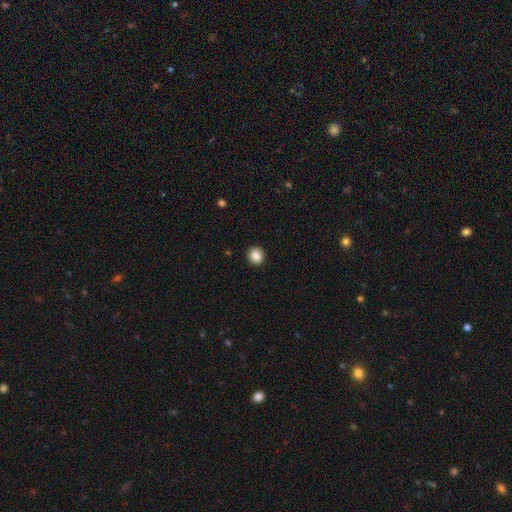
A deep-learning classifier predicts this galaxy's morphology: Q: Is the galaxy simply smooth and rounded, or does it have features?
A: smooth — 87%.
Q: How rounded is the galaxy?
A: round — 86%.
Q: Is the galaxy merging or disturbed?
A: none — 92%.